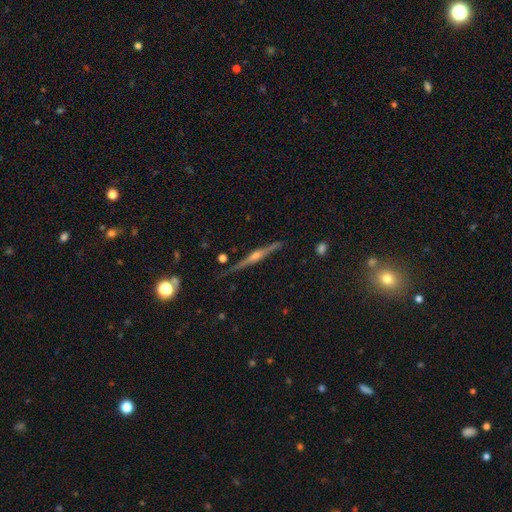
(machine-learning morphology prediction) Overall: featured or disk (82%). Edge-on disk: yes (98%). Edge-on bulge: rounded (87%). Merging: none (87%).